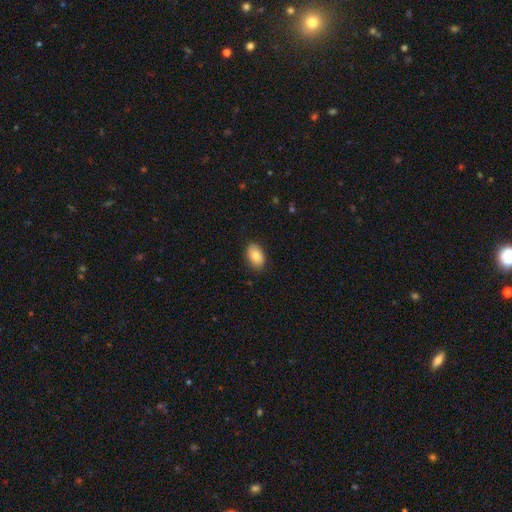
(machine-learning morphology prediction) Smooth or featured: smooth — 83% (featured or disk — 10%)
How rounded: in between — 90% (round — 8%)
Merging: none — 86% (minor disturbance — 11%)